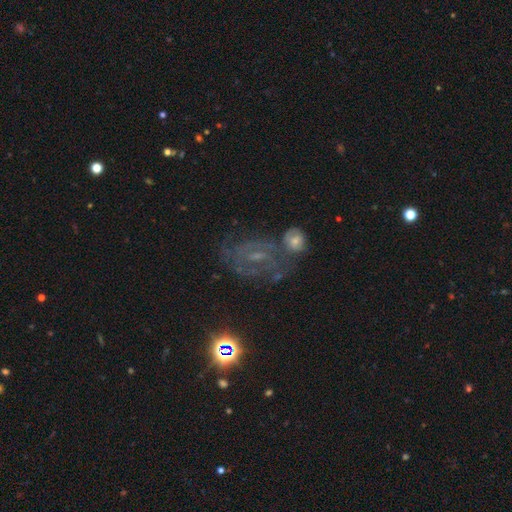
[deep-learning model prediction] A featured or disk galaxy (61%) with a weak bar (45%), spiral arms (78%) and a small central bulge (67%).

Vote fractions:
- Smooth or featured? featured or disk: 61% / star or artifact: 23% / smooth: 16%
- Edge-on disk? no: 96% / yes: 4%
- Bar? weak: 45% / no: 43% / strong: 13%
- Spiral arms? yes: 78% / no: 22%
- Bulge size? small: 67% / moderate: 18% / none: 11% / large: 2% / dominant: 1%
- Merging? none: 50% / merger: 21% / minor disturbance: 16% / major disturbance: 13%